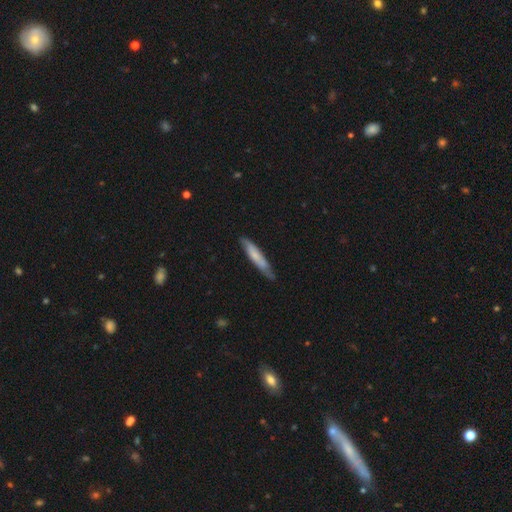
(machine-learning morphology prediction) type=smooth (61%); roundness=cigar-shaped (90%); merging=none (73%).